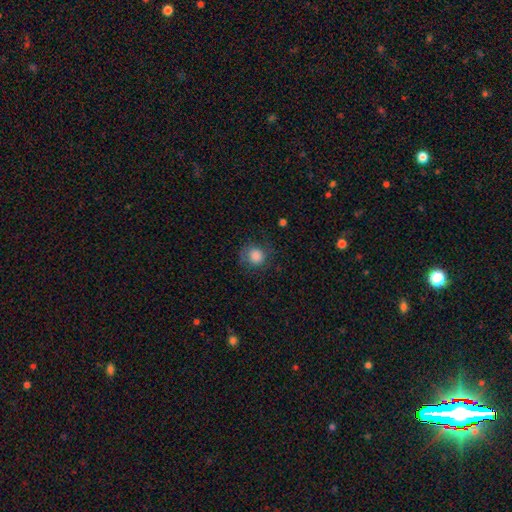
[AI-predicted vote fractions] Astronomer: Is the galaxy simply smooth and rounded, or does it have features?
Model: smooth — 83%.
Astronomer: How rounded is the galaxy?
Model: round — 90%.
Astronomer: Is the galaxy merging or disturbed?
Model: none — 75%.